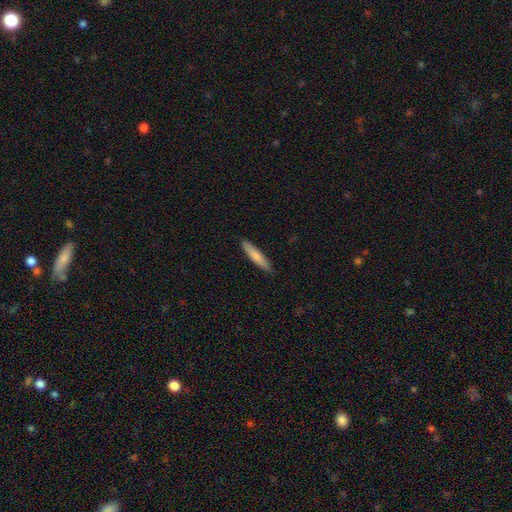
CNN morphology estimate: smooth 77%, featured or disk 18%, star or artifact 5%. Down the decision tree: how rounded — cigar-shaped (88%); merging — none (90%).